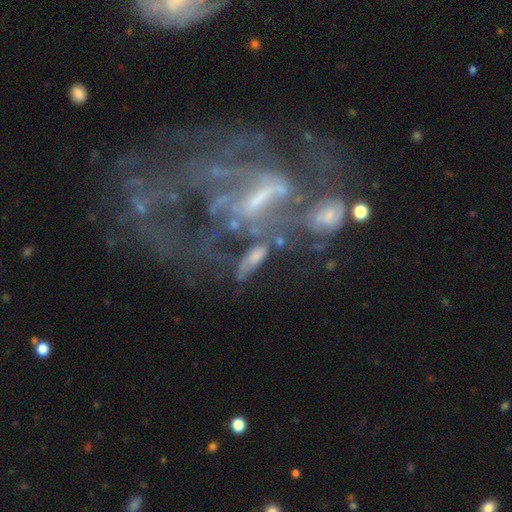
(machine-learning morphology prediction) This appears to be a featured or disk galaxy (75%) with a weak bar (36%), spiral arms (55%) and no central bulge (38%). Merging: major disturbance (37%).